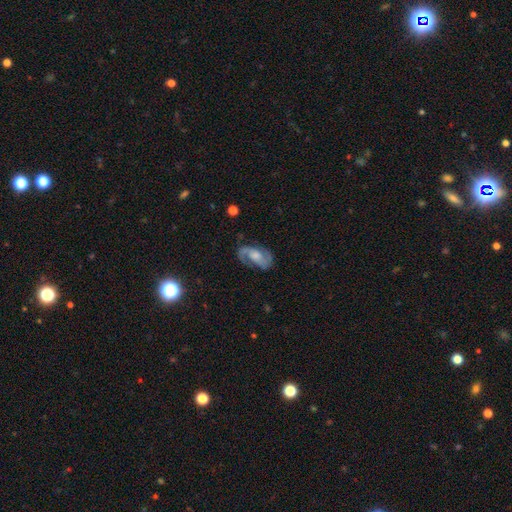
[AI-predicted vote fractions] This appears to be a featured or disk galaxy (83%) with no bar (49%), 2 (90%) medium (53%) spiral arms (95%) and a moderate central bulge (37%). Merging: none (75%).